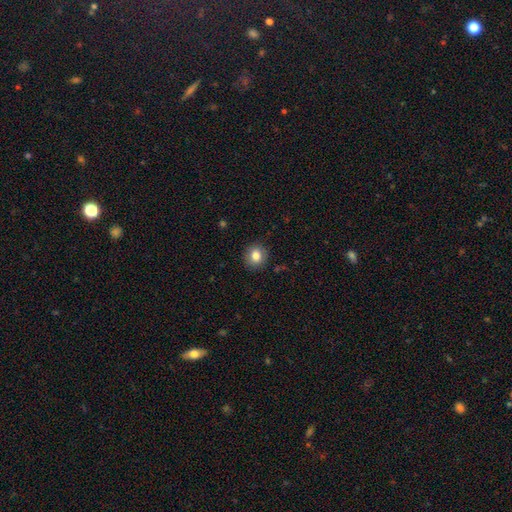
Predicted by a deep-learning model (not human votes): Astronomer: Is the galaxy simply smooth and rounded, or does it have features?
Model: smooth — 83%.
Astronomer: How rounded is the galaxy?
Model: round — 85%.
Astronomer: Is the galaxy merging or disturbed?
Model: none — 90%.